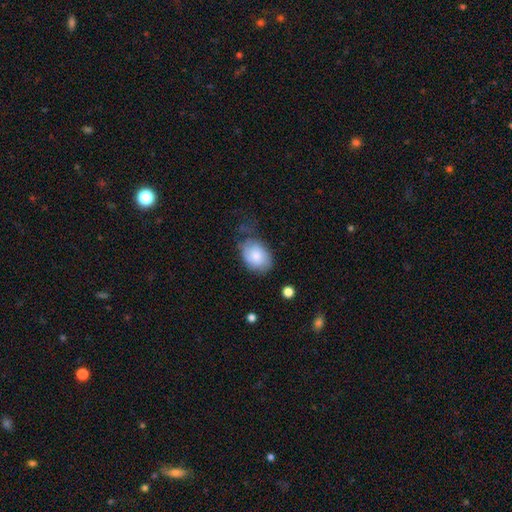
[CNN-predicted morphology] smooth-or-featured: smooth: 75% | featured or disk: 18% | star or artifact: 7%
  how-rounded: in between: 77% | round: 22% | cigar-shaped: 1%
  merging: none: 50% | minor disturbance: 31% | major disturbance: 16% | merger: 3%